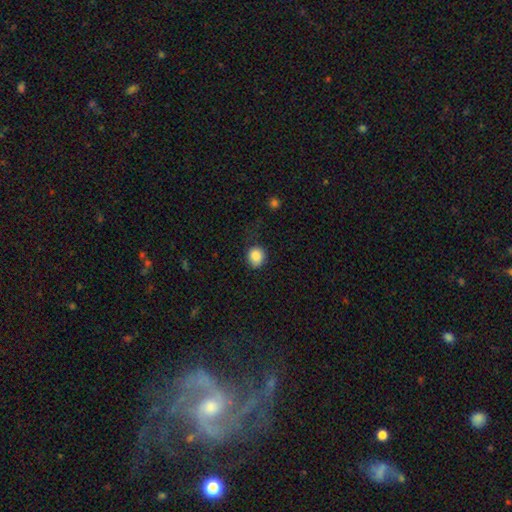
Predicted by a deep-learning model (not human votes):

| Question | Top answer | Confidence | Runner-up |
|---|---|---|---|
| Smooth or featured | smooth | 86% | star or artifact (9%) |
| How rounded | round | 74% | in between (25%) |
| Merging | none | 74% | minor disturbance (19%) |